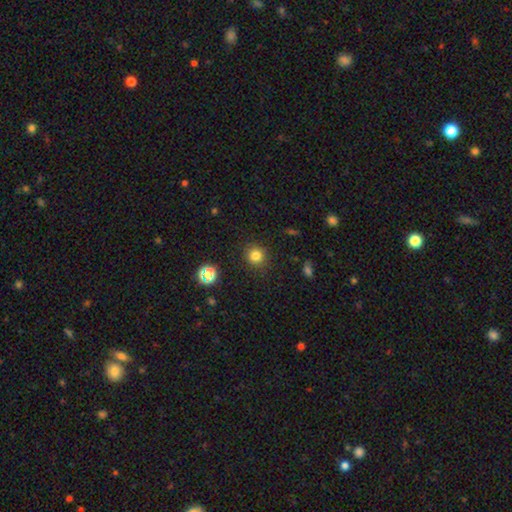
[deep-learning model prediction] smooth 79%, star or artifact 15%, featured or disk 6%. Down the decision tree: how rounded — round (92%); merging — none (89%).